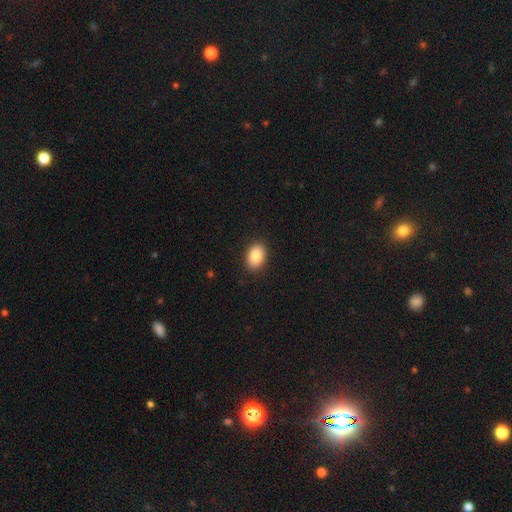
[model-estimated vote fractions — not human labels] This appears to be a smooth galaxy with no disk features (87%) that is in between round and cigar-shaped (83%). Merging: none (90%).